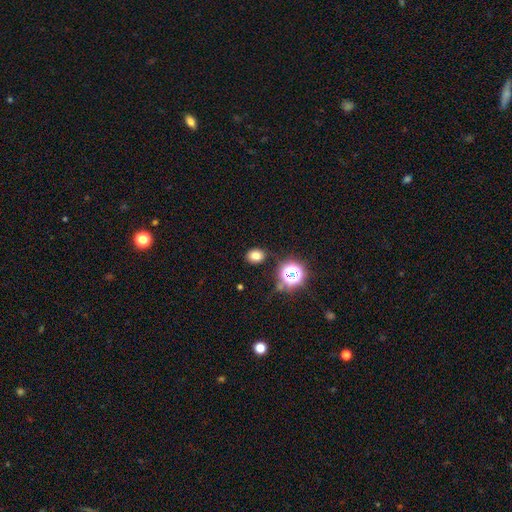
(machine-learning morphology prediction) smooth 74%, star or artifact 19%, featured or disk 8%. Down the decision tree: how rounded — round (50%); merging — none (83%).